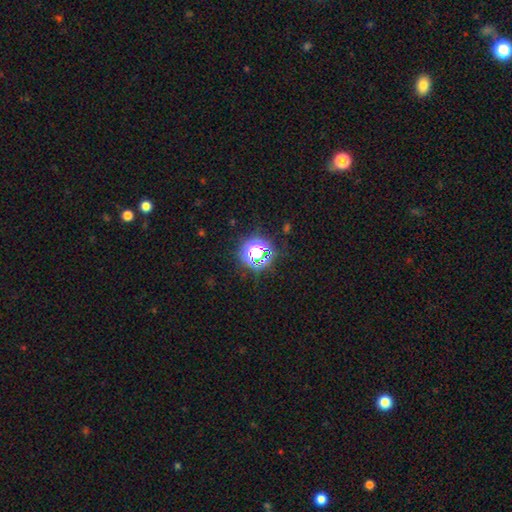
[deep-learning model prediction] Smooth or featured? Predicted: star or artifact (p=0.63).